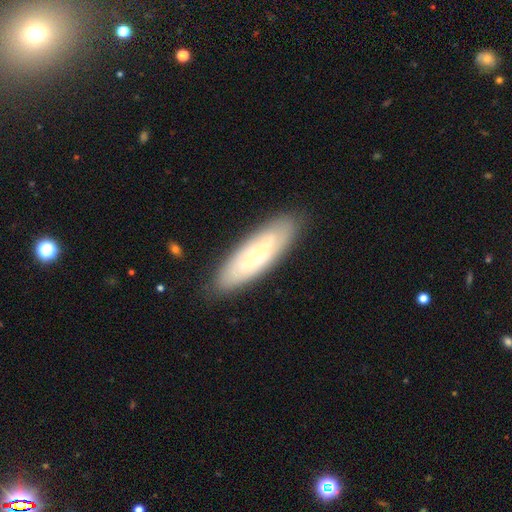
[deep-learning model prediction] Q: Smooth or featured?
A: featured or disk (60%); runner-up: smooth (34%)
Q: Edge-on disk?
A: no (77%); runner-up: yes (23%)
Q: Merging?
A: none (85%); runner-up: minor disturbance (11%)